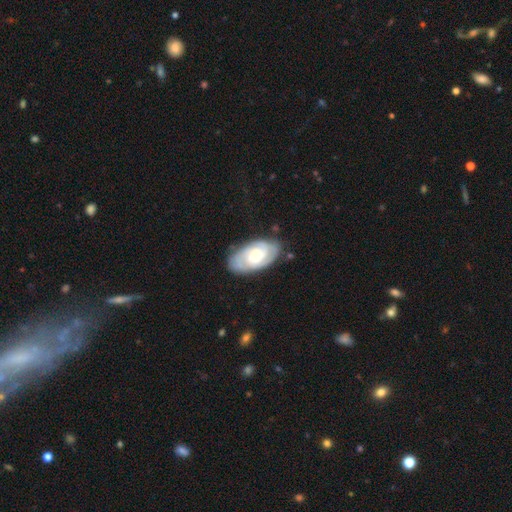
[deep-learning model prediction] Overall: featured or disk (72%). Edge-on disk: no (96%). Bar: no (67%; weak 28%). Spiral arms: yes (91%). Spiral arm count: 2 (51%; can't tell 27%). Spiral winding: tight (65%; medium 28%). Bulge size: small (48%; moderate 39%). Merging: none (77%).